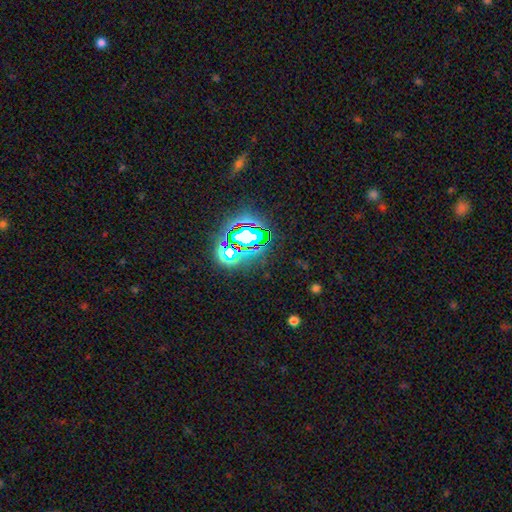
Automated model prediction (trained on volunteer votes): This is likely a star or artifact rather than a galaxy (78%).